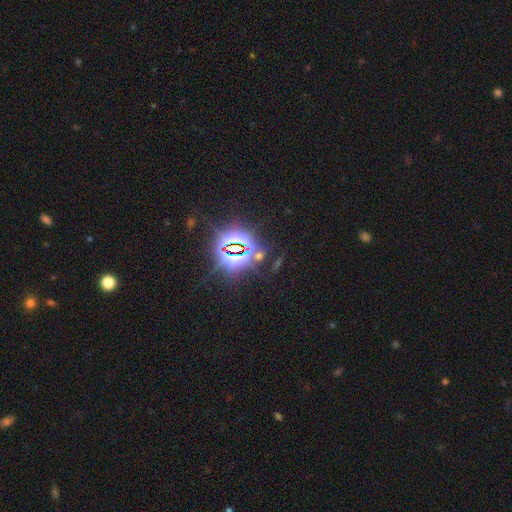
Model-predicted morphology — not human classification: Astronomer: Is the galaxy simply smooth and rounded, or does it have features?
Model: star or artifact — 84%.